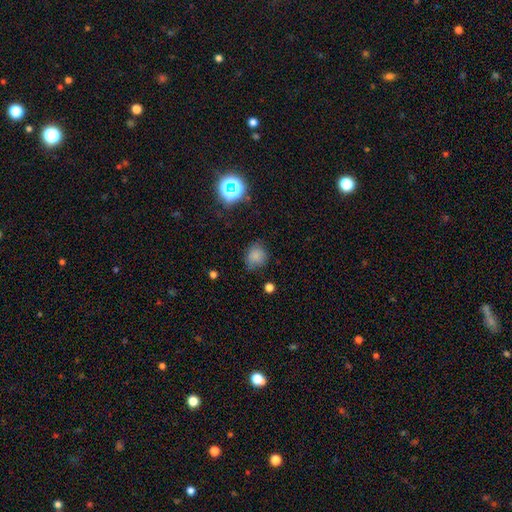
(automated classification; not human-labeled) Smooth or featured? smooth (79%)
How rounded? round (75%)
Merging? none (70%)